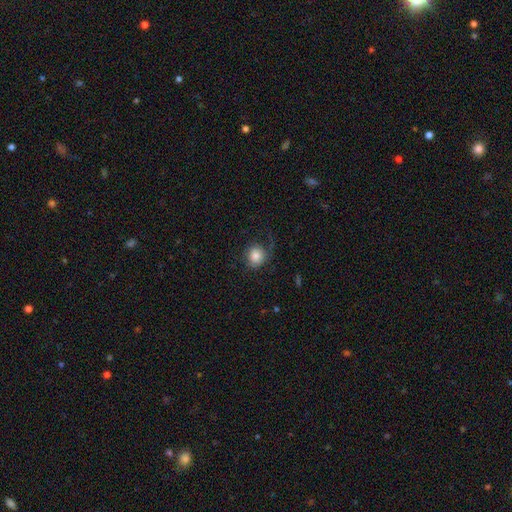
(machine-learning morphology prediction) smooth_or_featured: smooth (p=0.78) [alt: featured or disk p=0.13]
how_rounded: round (p=0.83) [alt: in between p=0.16]
merging: none (p=0.61) [alt: minor disturbance p=0.19]